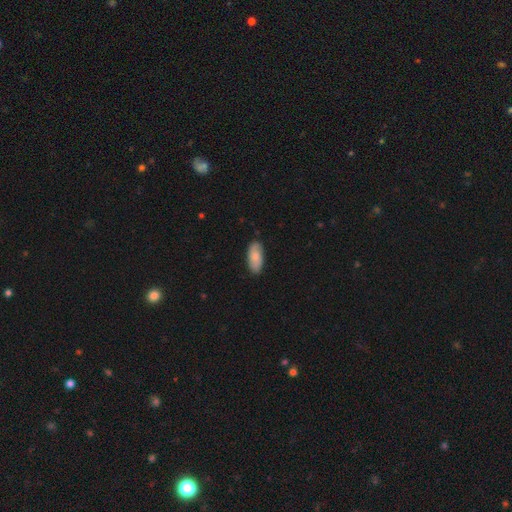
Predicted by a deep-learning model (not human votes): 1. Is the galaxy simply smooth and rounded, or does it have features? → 75% smooth, 19% featured or disk, 6% star or artifact.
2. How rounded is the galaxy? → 90% in between, 8% cigar-shaped, 2% round.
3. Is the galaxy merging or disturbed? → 85% none, 12% minor disturbance, 2% major disturbance, 1% merger.